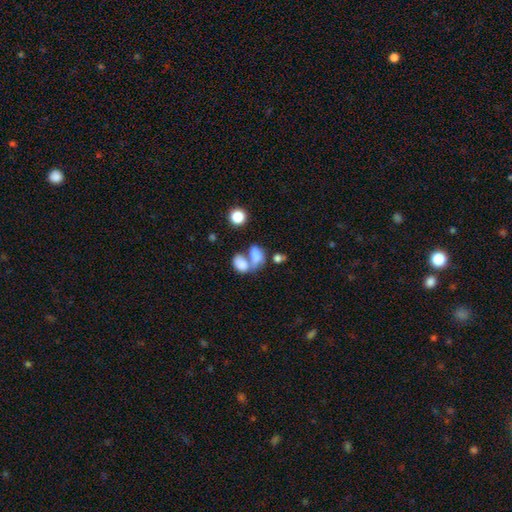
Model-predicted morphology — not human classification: Smooth or featured? Predicted: smooth (p=0.76). How rounded? Predicted: in between (p=0.84). Merging? Predicted: merger (p=0.64).